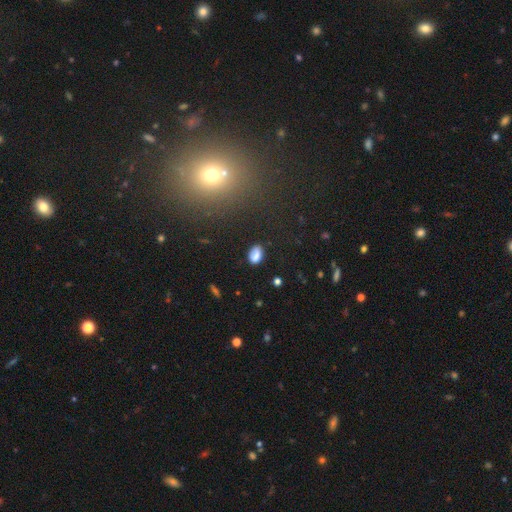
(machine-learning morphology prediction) Smooth or featured? Predicted: smooth (p=0.80). How rounded? Predicted: in between (p=0.87). Merging? Predicted: none (p=0.76).